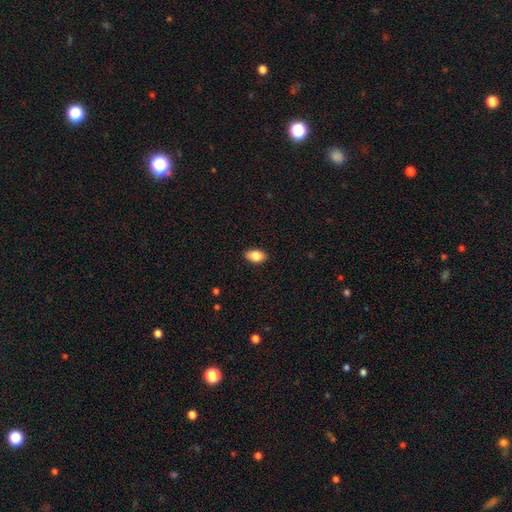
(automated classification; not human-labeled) Smooth or featured?
  - smooth: 85% *
  - featured or disk: 8%
  - star or artifact: 7%
How rounded?
  - in between: 90% *
  - round: 8%
  - cigar-shaped: 2%
Merging?
  - none: 88% *
  - minor disturbance: 9%
  - major disturbance: 2%
  - merger: 1%